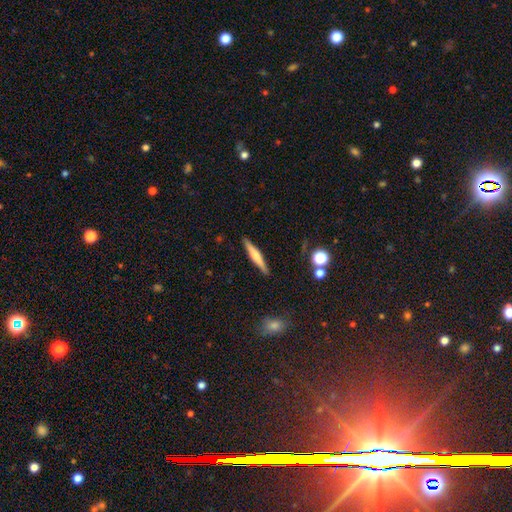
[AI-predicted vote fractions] A featured or disk galaxy (48%).

Vote fractions:
- Smooth or featured? featured or disk: 48% / smooth: 45% / star or artifact: 7%
- Merging? none: 90% / minor disturbance: 7% / major disturbance: 2% / merger: 1%